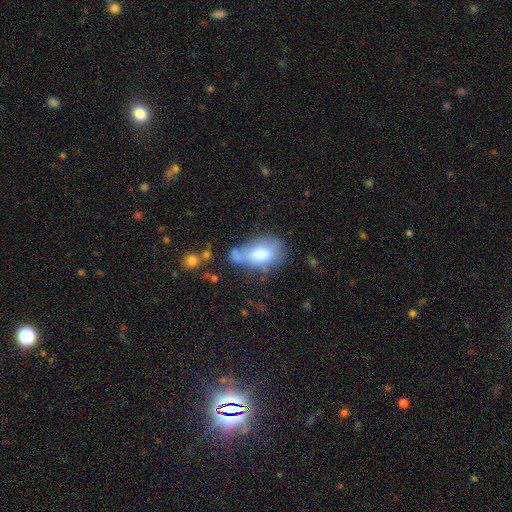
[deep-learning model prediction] This appears to be a smooth galaxy with no disk features (71%) that is in between round and cigar-shaped (88%). Merging: none (34%).